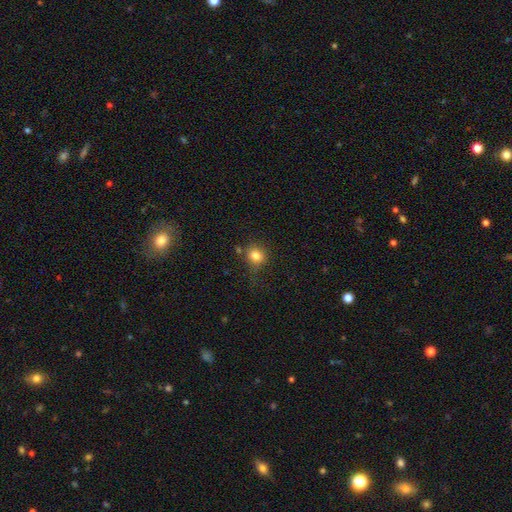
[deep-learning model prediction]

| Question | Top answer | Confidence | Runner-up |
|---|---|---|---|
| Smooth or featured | smooth | 82% | star or artifact (11%) |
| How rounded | round | 76% | in between (23%) |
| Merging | none | 67% | minor disturbance (20%) |